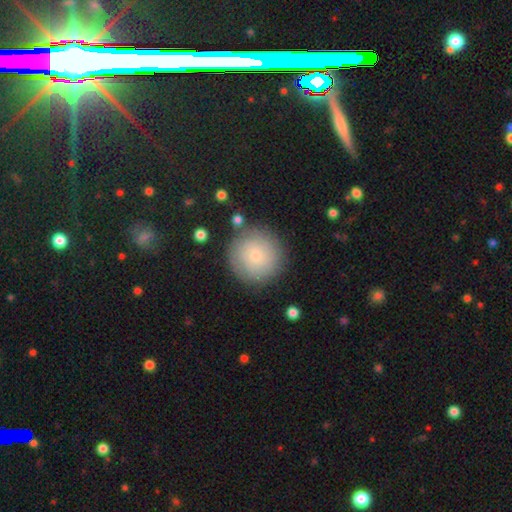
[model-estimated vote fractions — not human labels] Smooth or featured? smooth (70%)
How rounded? round (95%)
Merging? none (83%)